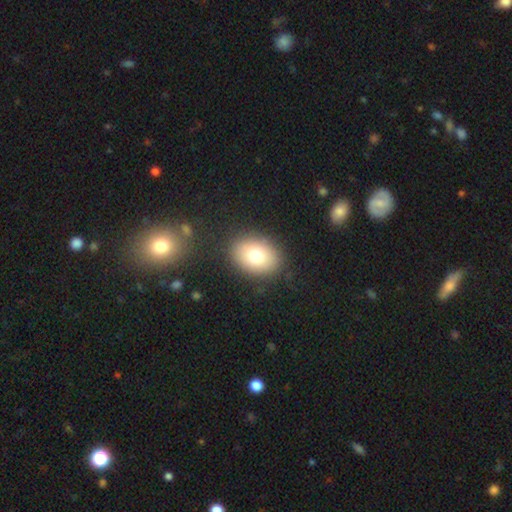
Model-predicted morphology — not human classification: The model was most divided on "how rounded": in between: 69%, round: 30%, cigar-shaped: 1%. More confident: merging — none (86%); smooth or featured — smooth (76%).